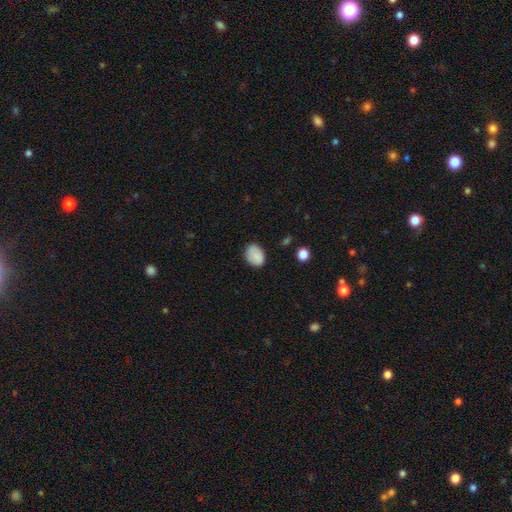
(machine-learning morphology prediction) smooth_or_featured: smooth (p=0.85) [alt: star or artifact p=0.08]
how_rounded: in between (p=0.66) [alt: round p=0.33]
merging: none (p=0.74) [alt: minor disturbance p=0.20]